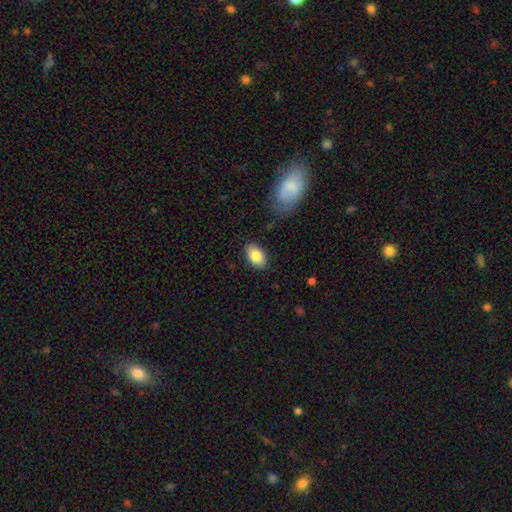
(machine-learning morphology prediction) Overall: smooth (86%). How rounded: in between (91%). Merging: none (85%).